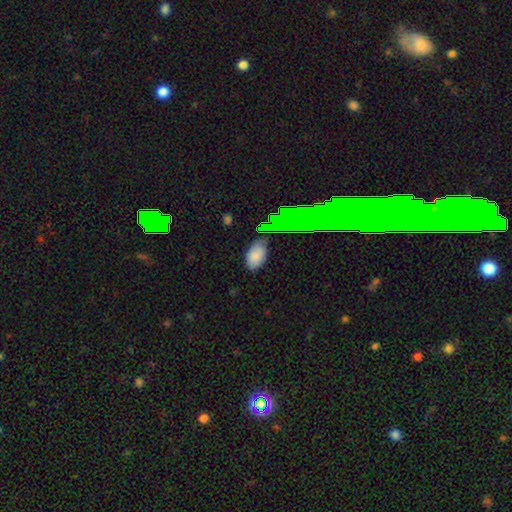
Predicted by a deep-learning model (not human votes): This appears to be a smooth galaxy with no disk features (79%) that is in between round and cigar-shaped (92%). Merging: none (71%).